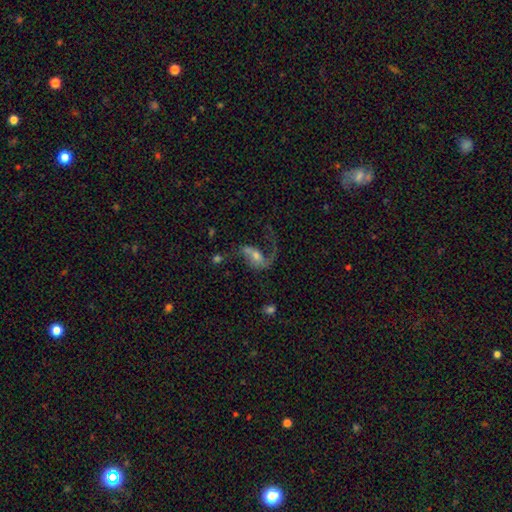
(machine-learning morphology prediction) featured or disk 75%, smooth 15%, star or artifact 10%. Down the decision tree: edge-on disk — no (96%); bar — no (47%); spiral arms — yes (88%); spiral arm count — 2 (51%); spiral winding — loose (72%); bulge size — moderate (49%); merging — none (38%).